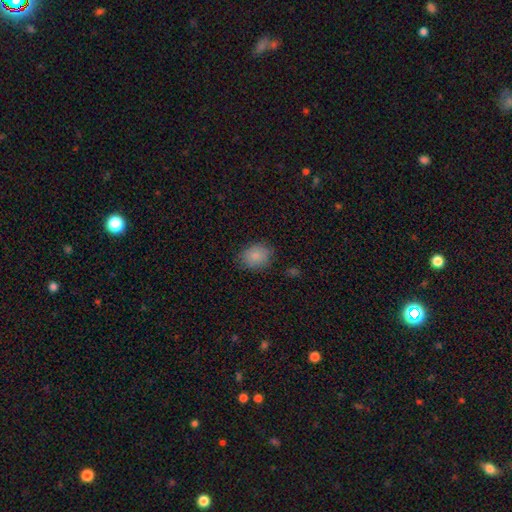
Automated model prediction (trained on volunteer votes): Smooth or featured? Predicted: smooth (p=0.86). How rounded? Predicted: in between (p=0.55). Merging? Predicted: none (p=0.81).